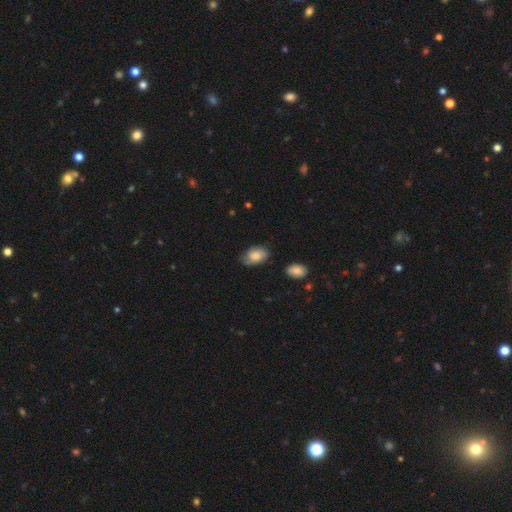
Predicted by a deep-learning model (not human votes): Q: Smooth or featured?
A: smooth (69%); runner-up: featured or disk (24%)
Q: How rounded?
A: in between (87%); runner-up: round (12%)
Q: Merging?
A: none (62%); runner-up: minor disturbance (28%)